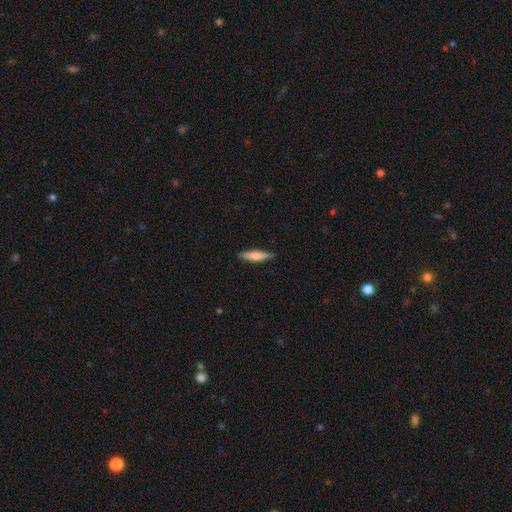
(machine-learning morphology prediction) The model was most divided on "smooth or featured": smooth: 66%, featured or disk: 28%, star or artifact: 5%. More confident: merging — none (89%); how rounded — cigar-shaped (84%).